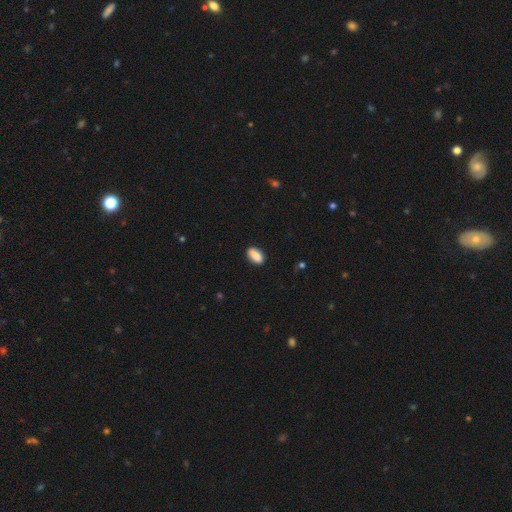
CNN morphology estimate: smooth_or_featured: smooth (p=0.88) [alt: star or artifact p=0.07]
how_rounded: in between (p=0.90) [alt: cigar-shaped p=0.07]
merging: none (p=0.88) [alt: minor disturbance p=0.09]